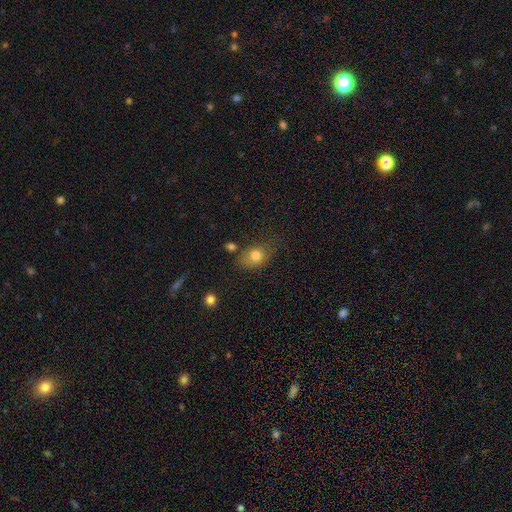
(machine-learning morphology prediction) This appears to be a smooth galaxy with no disk features (78%) that is in between round and cigar-shaped (68%). Merging: none (62%).